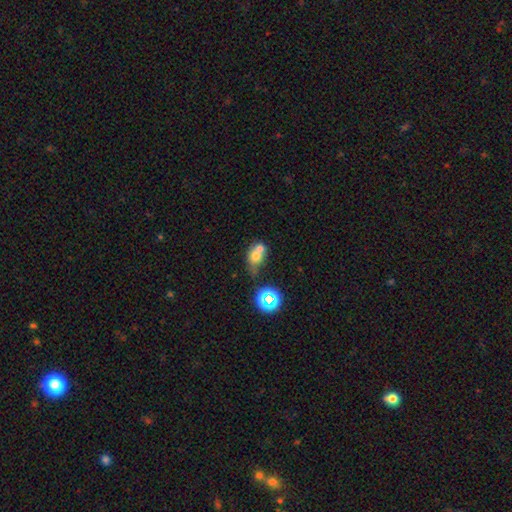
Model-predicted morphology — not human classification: The model was most divided on "how rounded": in between: 51%, round: 47%, cigar-shaped: 2%. More confident: smooth or featured — smooth (65%); merging — merger (55%).